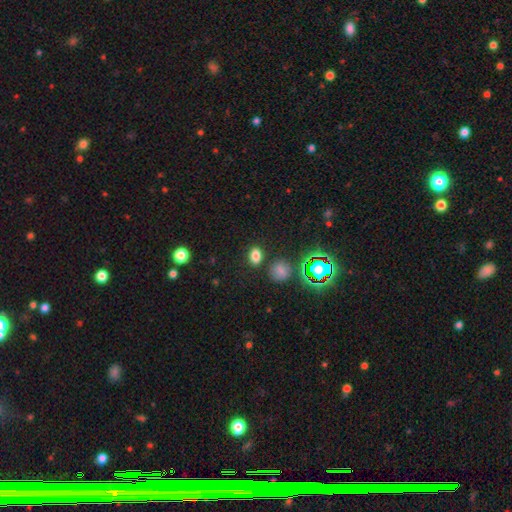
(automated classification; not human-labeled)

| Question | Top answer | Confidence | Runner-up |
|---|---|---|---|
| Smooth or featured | smooth | 76% | star or artifact (18%) |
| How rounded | in between | 73% | round (25%) |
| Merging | none | 82% | minor disturbance (9%) |